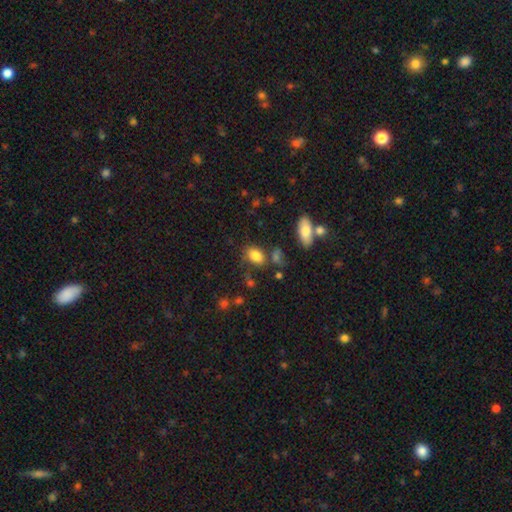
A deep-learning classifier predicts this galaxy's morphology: Smooth or featured: smooth — 83% (star or artifact — 10%)
How rounded: in between — 83% (round — 15%)
Merging: none — 66% (minor disturbance — 18%)